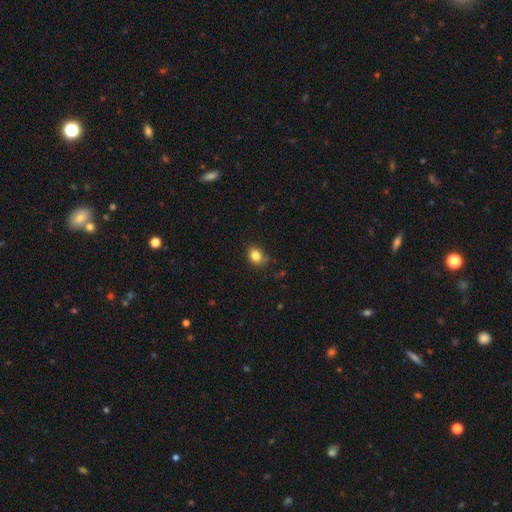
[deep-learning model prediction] Overall: smooth (82%). How rounded: round (50%; in between 49%). Merging: none (73%).